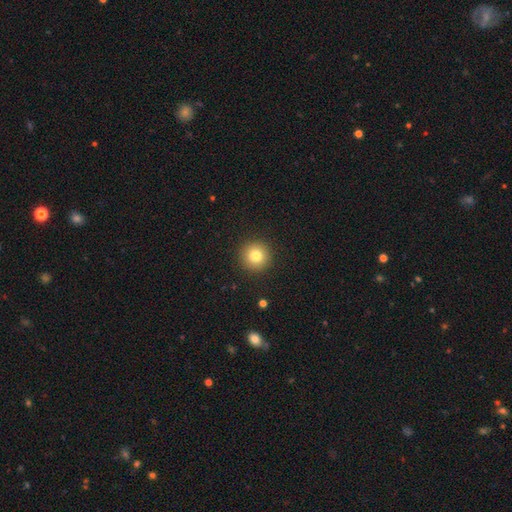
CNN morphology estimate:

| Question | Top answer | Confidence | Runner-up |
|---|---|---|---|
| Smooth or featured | smooth | 80% | star or artifact (11%) |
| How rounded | round | 96% | in between (3%) |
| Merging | none | 92% | minor disturbance (5%) |